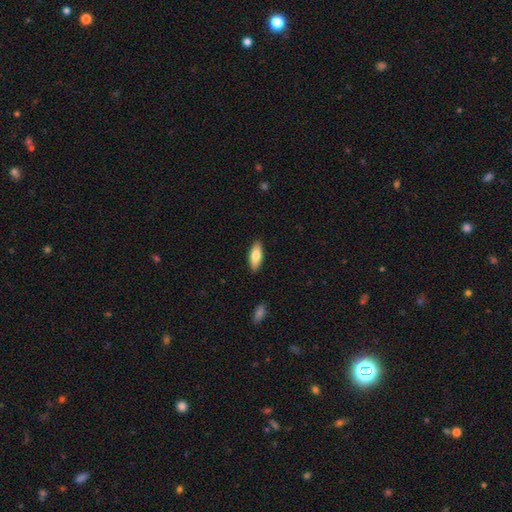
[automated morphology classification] Smooth or featured? smooth (80%)
How rounded? in between (73%)
Merging? none (89%)